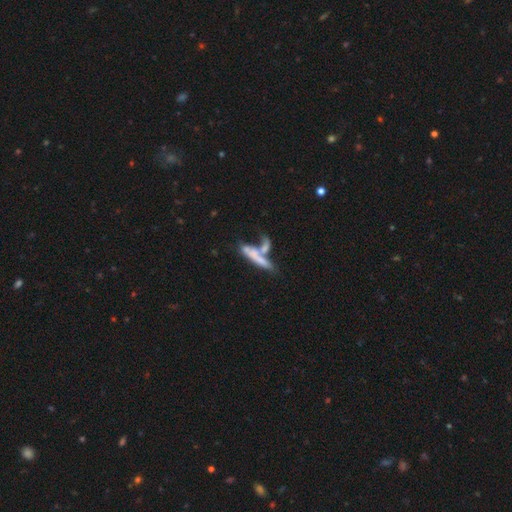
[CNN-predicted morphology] smooth 52%, featured or disk 39%, star or artifact 9%. Down the decision tree: how rounded — cigar-shaped (76%); merging — merger (52%).